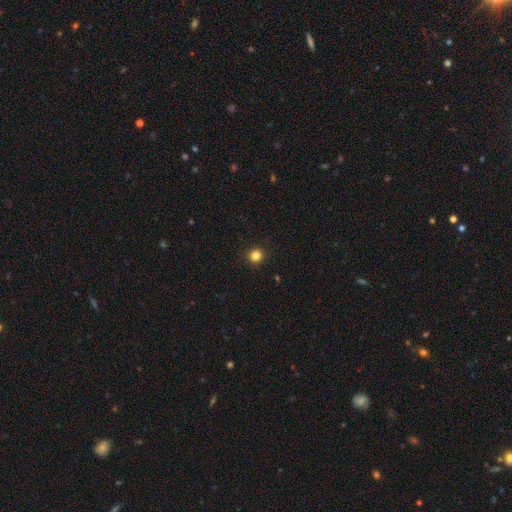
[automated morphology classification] This is clearly a smooth galaxy (83%). How rounded: clearly round (95%). Merging: clearly none (93%).